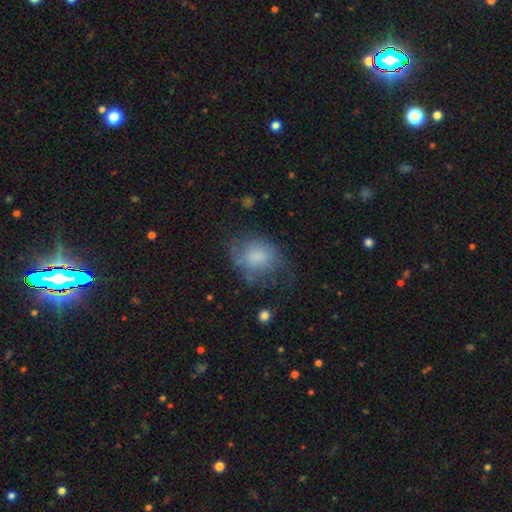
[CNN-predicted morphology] smooth_or_featured: smooth (p=0.65) [alt: featured or disk p=0.26]
how_rounded: in between (p=0.50) [alt: round p=0.49]
merging: none (p=0.41) [alt: minor disturbance p=0.29]